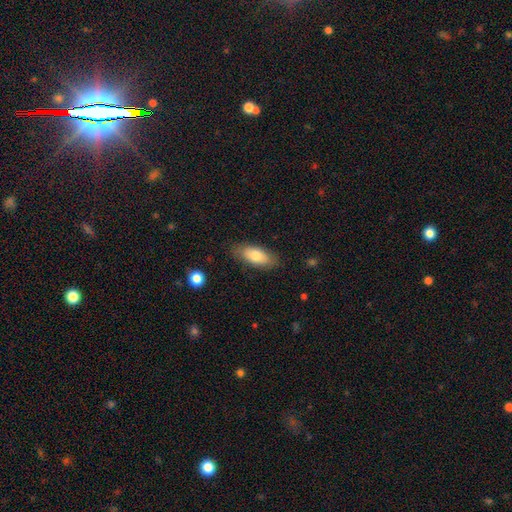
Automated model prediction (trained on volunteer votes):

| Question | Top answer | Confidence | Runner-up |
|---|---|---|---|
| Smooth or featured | smooth | 74% | featured or disk (20%) |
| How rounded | in between | 85% | cigar-shaped (12%) |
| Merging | none | 82% | minor disturbance (13%) |